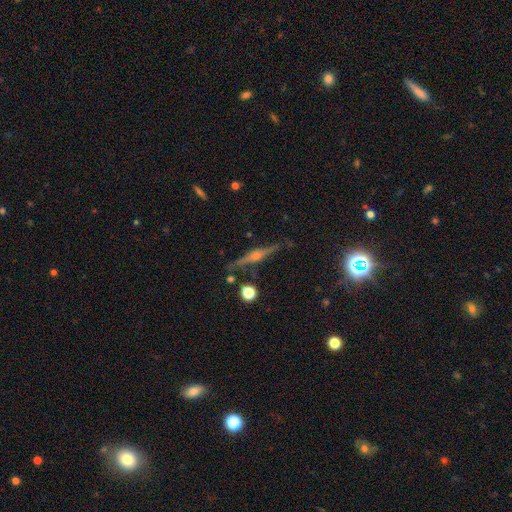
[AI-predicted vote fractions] smooth_or_featured: featured or disk (p=0.79) [alt: smooth p=0.11]
disk_edge_on: yes (p=0.96) [alt: no p=0.04]
edge_on_bulge: rounded (p=0.87) [alt: boxy p=0.08]
merging: none (p=0.86) [alt: minor disturbance p=0.10]